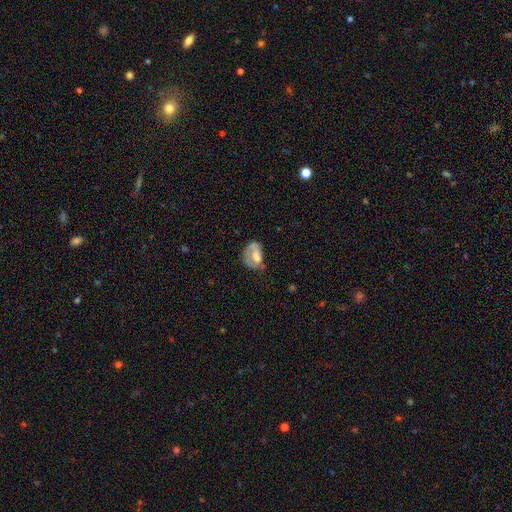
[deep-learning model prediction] The model was most divided on "merging": none: 37%, major disturbance: 30%, minor disturbance: 27%, merger: 6%. More confident: how rounded — in between (78%); smooth or featured — smooth (51%).